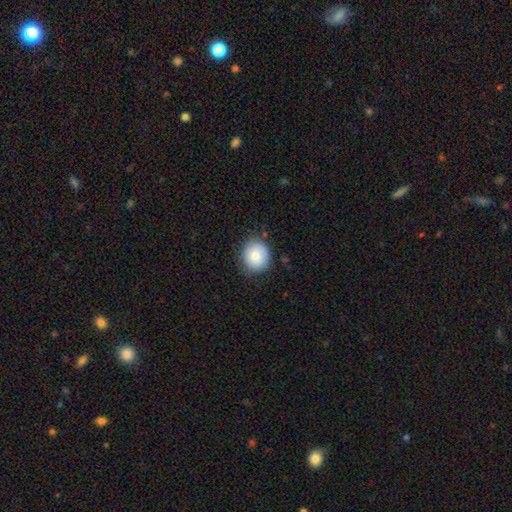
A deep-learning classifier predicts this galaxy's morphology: A smooth galaxy with no disk features (82%) that is round (83%). Merging: none (81%).